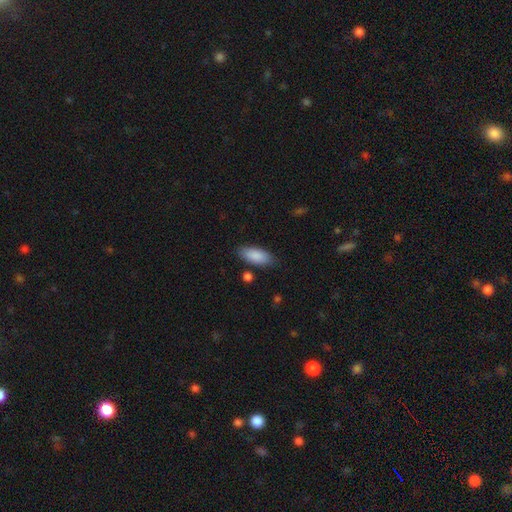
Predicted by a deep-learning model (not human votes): A smooth galaxy with no disk features (88%) that is in between round and cigar-shaped (82%). Merging: none (83%).